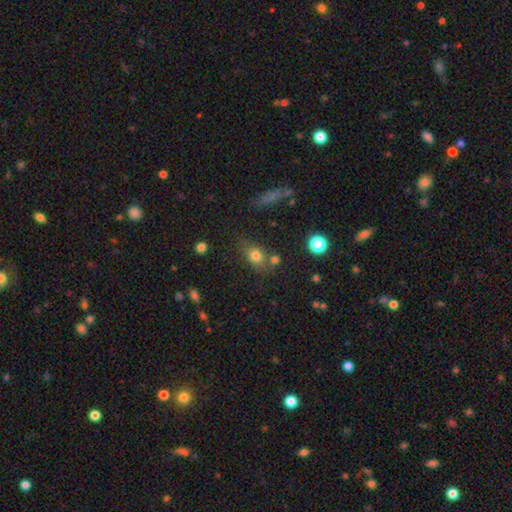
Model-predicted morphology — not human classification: Q: Smooth or featured?
A: smooth (75%); runner-up: star or artifact (13%)
Q: How rounded?
A: in between (62%); runner-up: round (34%)
Q: Merging?
A: none (67%); runner-up: minor disturbance (15%)